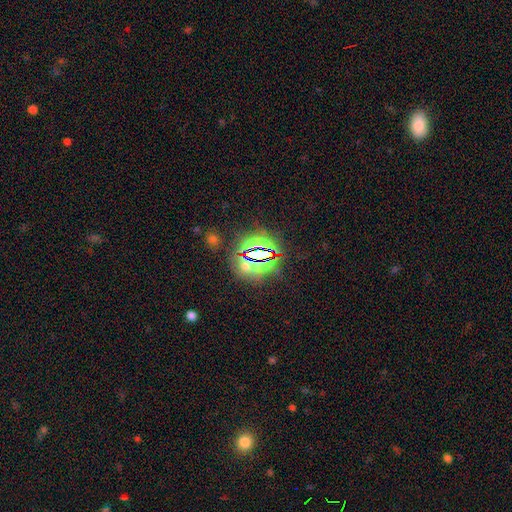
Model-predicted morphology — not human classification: Smooth or featured? Predicted: star or artifact (p=0.77).